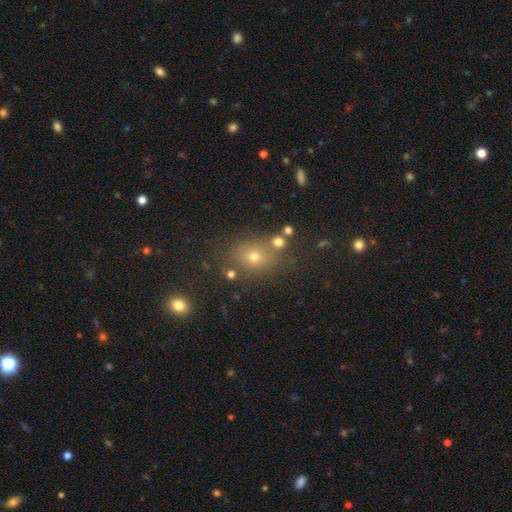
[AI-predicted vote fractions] A smooth galaxy with no disk features (58%) that is round (51%).

Vote fractions:
- Smooth or featured? smooth: 58% / star or artifact: 29% / featured or disk: 13%
- How rounded? round: 51% / in between: 47% / cigar-shaped: 2%
- Merging? none: 76% / minor disturbance: 10% / merger: 10% / major disturbance: 4%